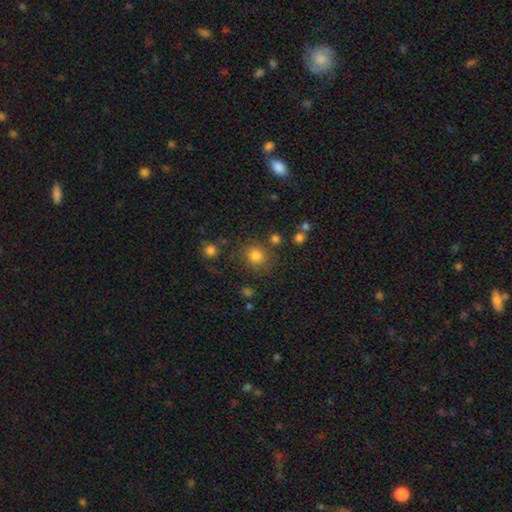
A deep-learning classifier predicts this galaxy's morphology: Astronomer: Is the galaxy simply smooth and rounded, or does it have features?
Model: smooth — 81%.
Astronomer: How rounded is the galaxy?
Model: round — 87%.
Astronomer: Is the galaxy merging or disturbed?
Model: none — 78%.